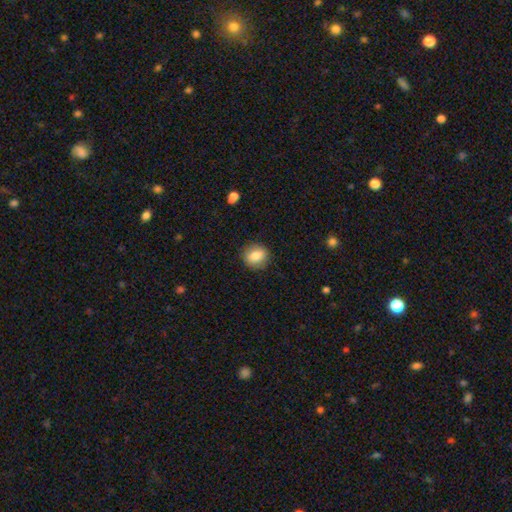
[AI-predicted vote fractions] Smooth or featured? Predicted: smooth (p=0.82). How rounded? Predicted: round (p=0.76). Merging? Predicted: none (p=0.88).